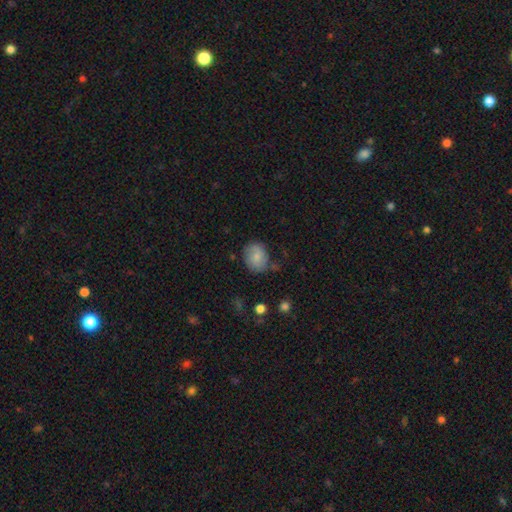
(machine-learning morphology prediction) Overall: smooth (76%). How rounded: round (54%; in between 46%). Merging: none (67%).